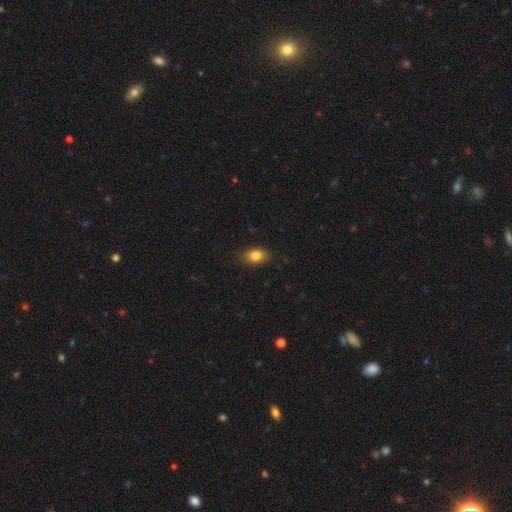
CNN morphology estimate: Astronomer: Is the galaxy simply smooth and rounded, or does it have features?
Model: smooth — 83%.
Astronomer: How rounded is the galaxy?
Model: in between — 79%.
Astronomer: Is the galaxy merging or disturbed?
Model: none — 85%.